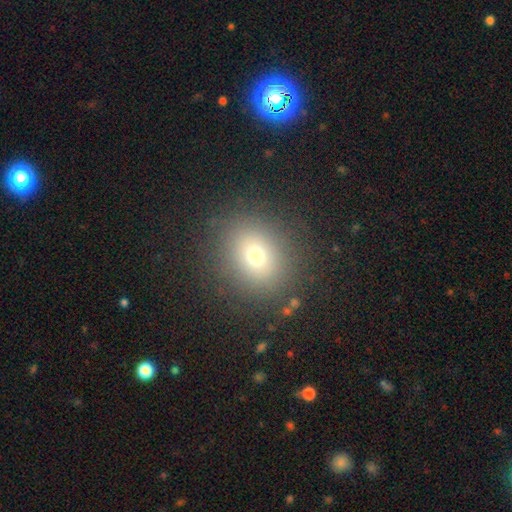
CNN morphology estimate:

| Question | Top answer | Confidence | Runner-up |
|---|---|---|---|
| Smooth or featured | smooth | 69% | star or artifact (19%) |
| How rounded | round | 69% | in between (30%) |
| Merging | none | 88% | minor disturbance (7%) |